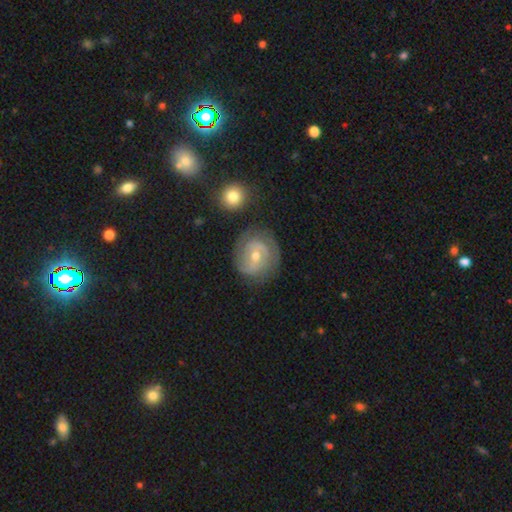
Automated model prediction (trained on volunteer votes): A featured or disk galaxy (80%) with a weak bar (45%), 2 (60%) tight (57%) spiral arms (93%) and a moderate central bulge (49%). Merging: none (76%).